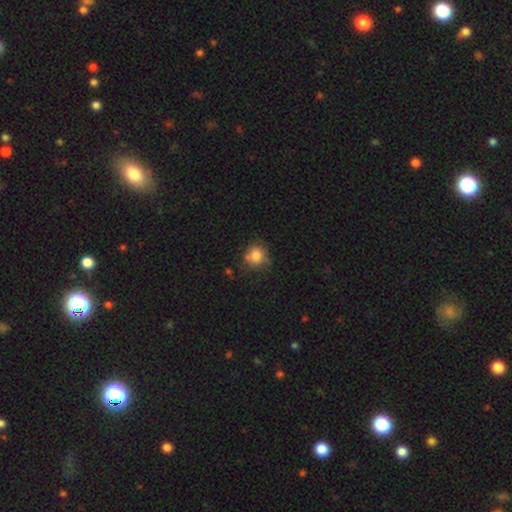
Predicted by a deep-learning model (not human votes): Overall: smooth (78%). How rounded: round (82%). Merging: none (62%; minor disturbance 24%).